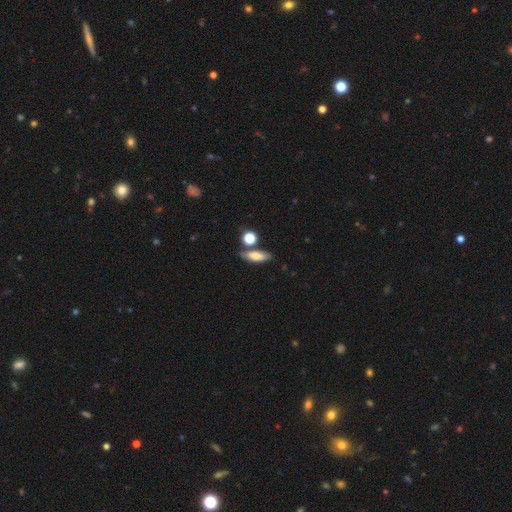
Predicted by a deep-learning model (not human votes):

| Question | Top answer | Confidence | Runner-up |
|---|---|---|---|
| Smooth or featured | smooth | 73% | featured or disk (17%) |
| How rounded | in between | 59% | cigar-shaped (34%) |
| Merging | none | 68% | minor disturbance (15%) |